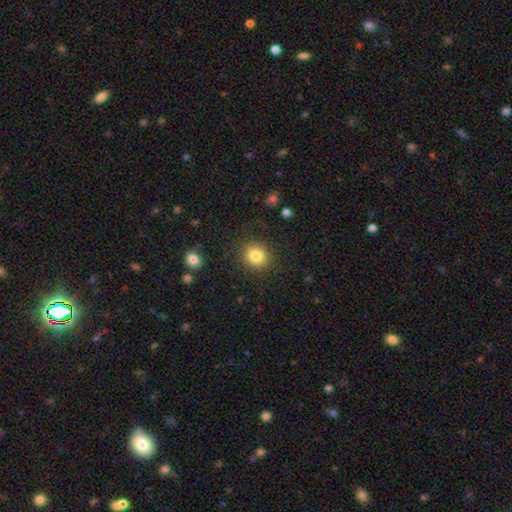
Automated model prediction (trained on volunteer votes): A smooth galaxy with no disk features (83%) that is round (85%). Merging: none (87%).